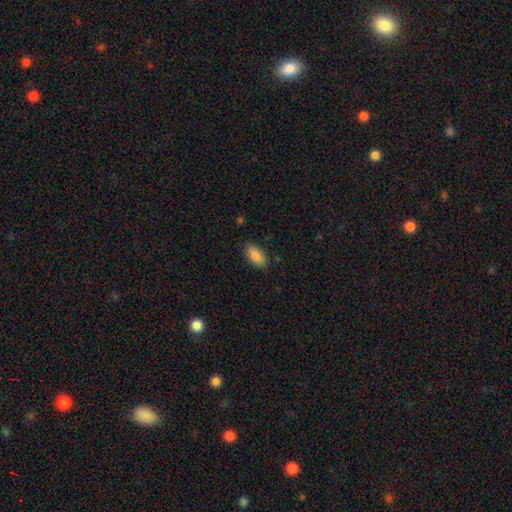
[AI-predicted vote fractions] Morphology: type=smooth (87%); roundness=in between (91%); merging=none (86%).